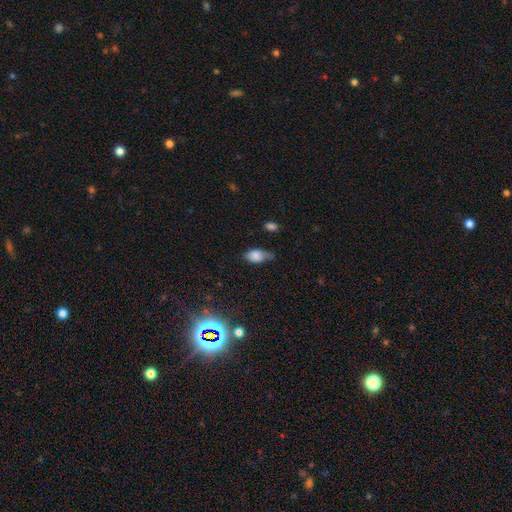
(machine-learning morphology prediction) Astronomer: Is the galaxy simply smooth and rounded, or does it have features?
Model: smooth — 79%.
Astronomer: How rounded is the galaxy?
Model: in between — 90%.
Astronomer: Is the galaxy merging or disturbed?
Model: minor disturbance — 46% (runner-up: none, 34%).